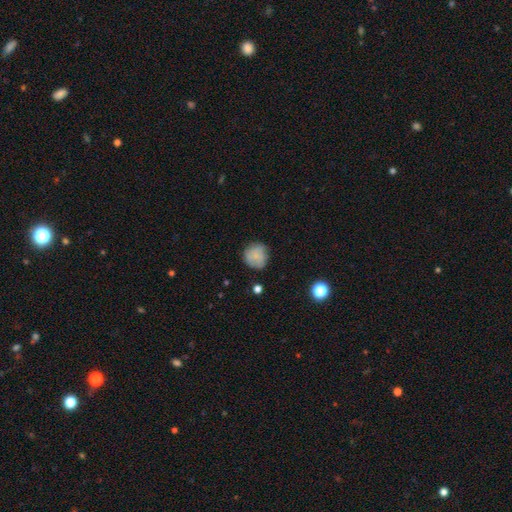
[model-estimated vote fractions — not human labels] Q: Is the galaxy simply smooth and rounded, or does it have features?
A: smooth — 79%.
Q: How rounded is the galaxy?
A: round — 90%.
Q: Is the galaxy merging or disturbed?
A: none — 77%.